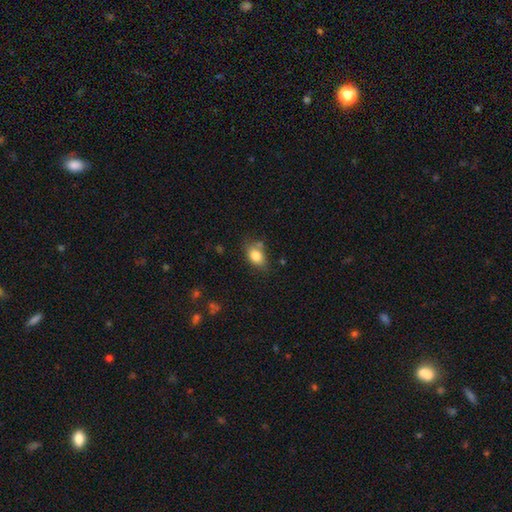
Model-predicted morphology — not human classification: Smooth or featured: smooth — 82% (featured or disk — 9%)
How rounded: in between — 78% (round — 20%)
Merging: none — 63% (minor disturbance — 24%)